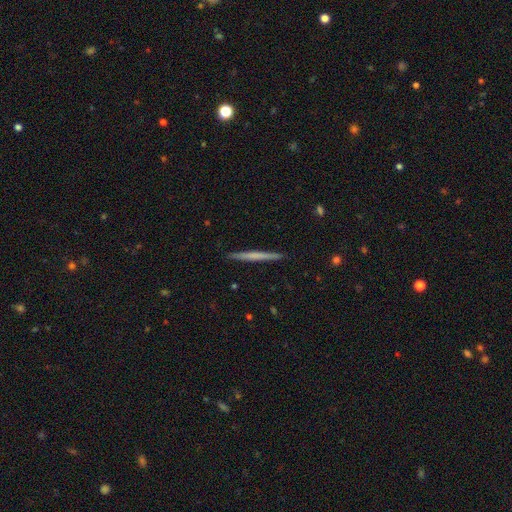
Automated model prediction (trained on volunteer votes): The model was most divided on "smooth or featured": smooth: 50%, featured or disk: 44%, star or artifact: 5%. More confident: how rounded — cigar-shaped (97%); merging — none (92%).